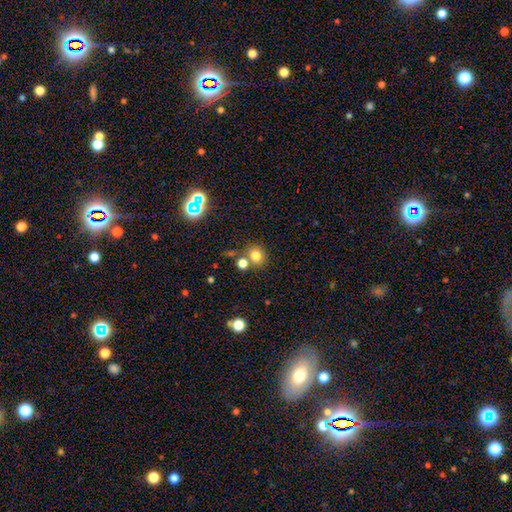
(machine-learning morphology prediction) smooth-or-featured: smooth: 78% | star or artifact: 15% | featured or disk: 7%
  how-rounded: round: 77% | in between: 22% | cigar-shaped: 1%
  merging: none: 66% | merger: 21% | minor disturbance: 10% | major disturbance: 4%